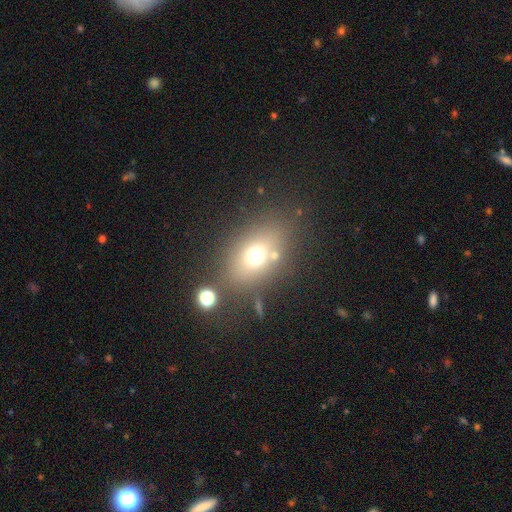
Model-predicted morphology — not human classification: Smooth or featured? Predicted: smooth (p=0.66). How rounded? Predicted: in between (p=0.64). Merging? Predicted: none (p=0.72).